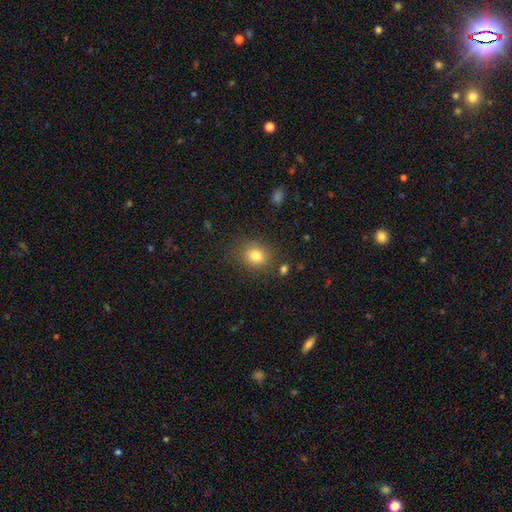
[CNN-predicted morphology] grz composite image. It shows a smooth galaxy with no disk features (80%) that is round (70%). Merging: none (83%).